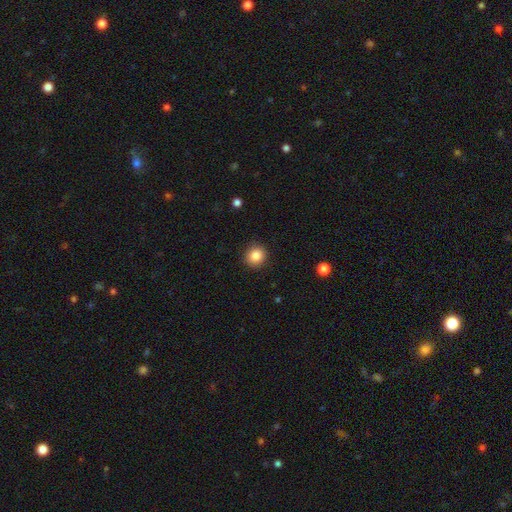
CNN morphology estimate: Overall: smooth (86%). How rounded: round (87%). Merging: none (88%).